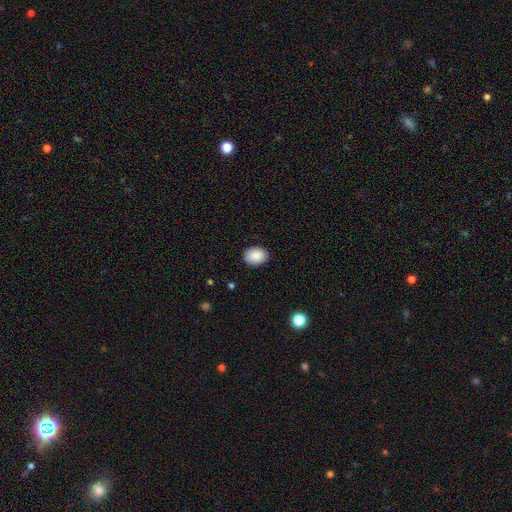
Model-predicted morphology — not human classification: Smooth or featured: smooth — 89% (star or artifact — 7%)
How rounded: in between — 71% (round — 28%)
Merging: none — 87% (minor disturbance — 10%)